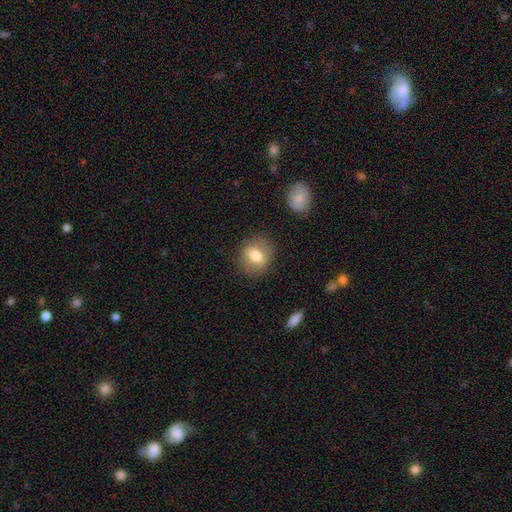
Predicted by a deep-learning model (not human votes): smooth_or_featured: smooth (p=0.71) [alt: featured or disk p=0.21]
how_rounded: round (p=0.60) [alt: in between p=0.38]
merging: none (p=0.83) [alt: minor disturbance p=0.11]